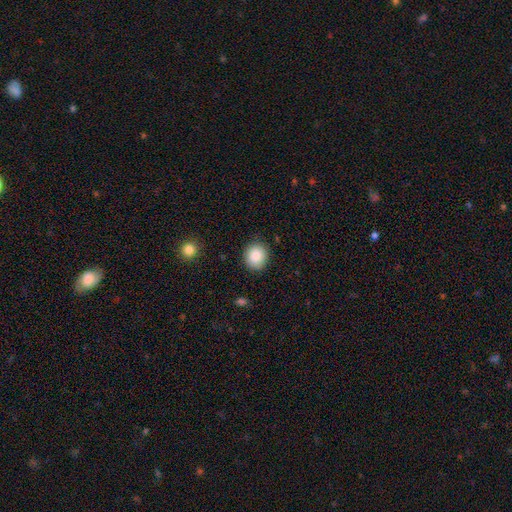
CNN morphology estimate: The model was most divided on "how rounded": round: 79%, in between: 20%, cigar-shaped: 1%. More confident: smooth or featured — smooth (88%); merging — none (87%).